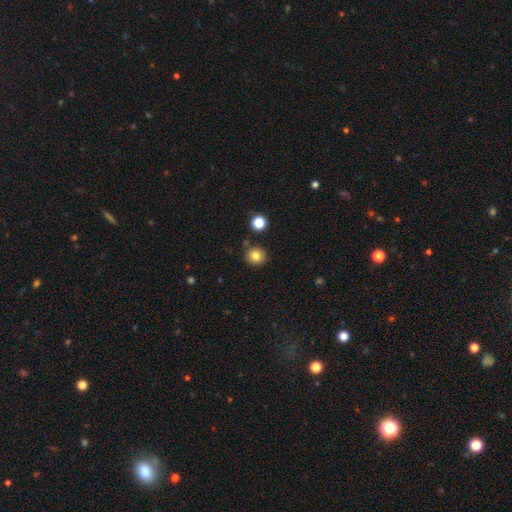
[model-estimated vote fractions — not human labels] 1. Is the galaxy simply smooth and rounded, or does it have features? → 82% smooth, 11% star or artifact, 7% featured or disk.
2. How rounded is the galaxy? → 90% round, 9% in between, 1% cigar-shaped.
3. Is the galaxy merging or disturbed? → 86% none, 7% minor disturbance, 5% merger, 2% major disturbance.